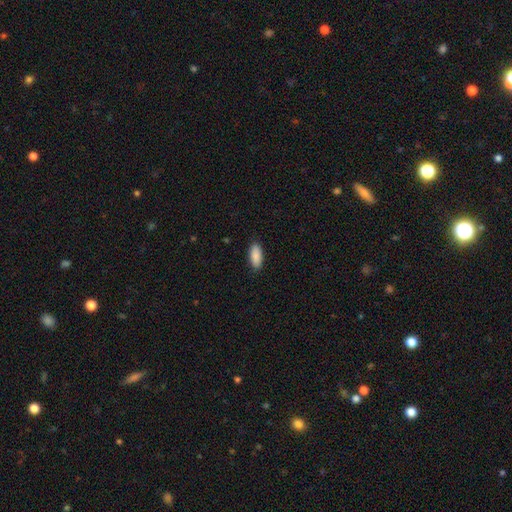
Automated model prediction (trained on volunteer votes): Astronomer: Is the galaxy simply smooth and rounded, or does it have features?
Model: smooth — 90%.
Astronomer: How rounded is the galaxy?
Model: in between — 88%.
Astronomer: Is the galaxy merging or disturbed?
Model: none — 89%.